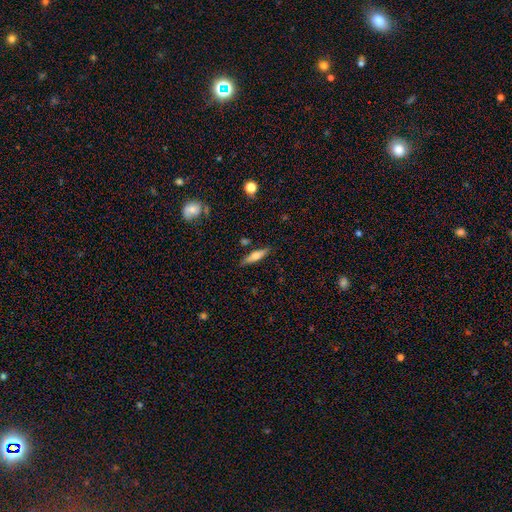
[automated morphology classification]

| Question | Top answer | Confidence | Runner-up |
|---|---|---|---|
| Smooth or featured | smooth | 57% | featured or disk (36%) |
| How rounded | cigar-shaped | 69% | in between (29%) |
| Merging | none | 83% | minor disturbance (11%) |